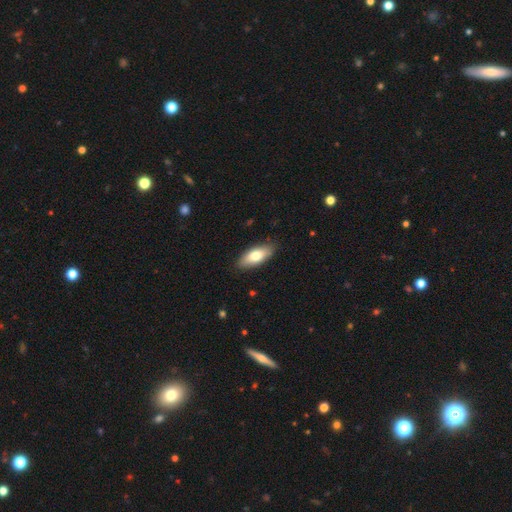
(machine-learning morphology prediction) smooth_or_featured: smooth (p=0.76) [alt: featured or disk p=0.18]
how_rounded: in between (p=0.81) [alt: cigar-shaped p=0.17]
merging: none (p=0.86) [alt: minor disturbance p=0.11]